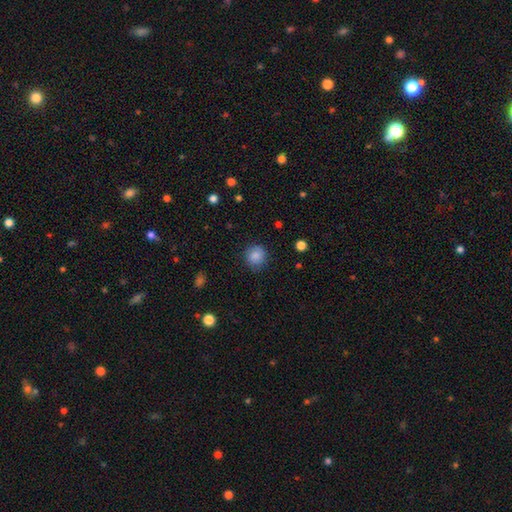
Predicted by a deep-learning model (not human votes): This appears to be a smooth galaxy with no disk features (85%) that is round (86%). Merging: none (84%).